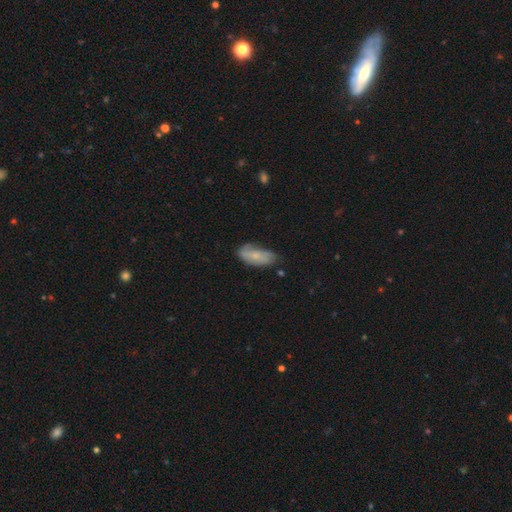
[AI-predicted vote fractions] smooth_or_featured: smooth (p=0.59) [alt: featured or disk p=0.34]
how_rounded: in between (p=0.84) [alt: cigar-shaped p=0.13]
merging: none (p=0.49) [alt: minor disturbance p=0.36]